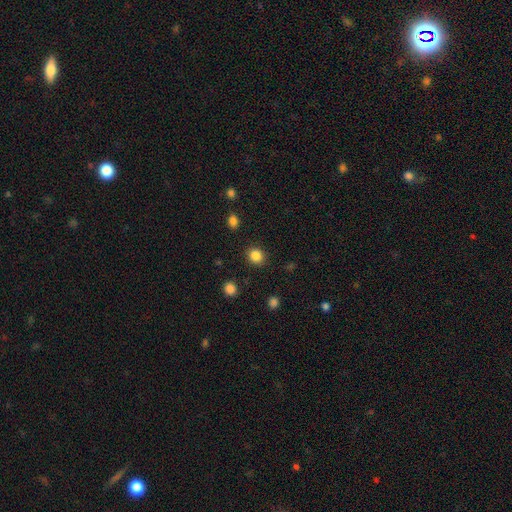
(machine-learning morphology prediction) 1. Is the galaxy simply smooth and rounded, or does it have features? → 85% smooth, 11% star or artifact, 4% featured or disk.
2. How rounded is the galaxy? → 78% round, 21% in between, 1% cigar-shaped.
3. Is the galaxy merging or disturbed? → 90% none, 6% minor disturbance, 2% major disturbance, 1% merger.